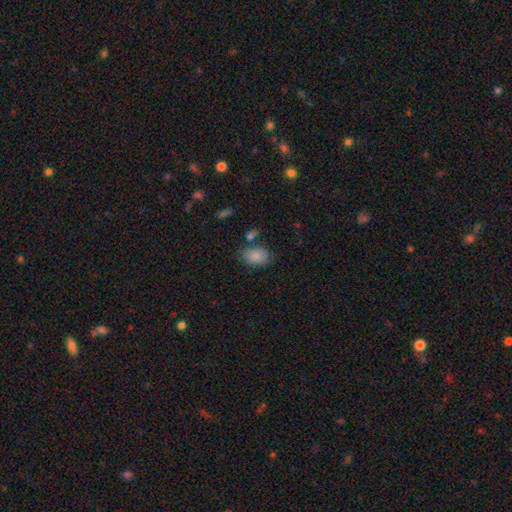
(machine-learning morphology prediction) A smooth galaxy with no disk features (86%) that is in between round and cigar-shaped (79%). Merging: none (63%).